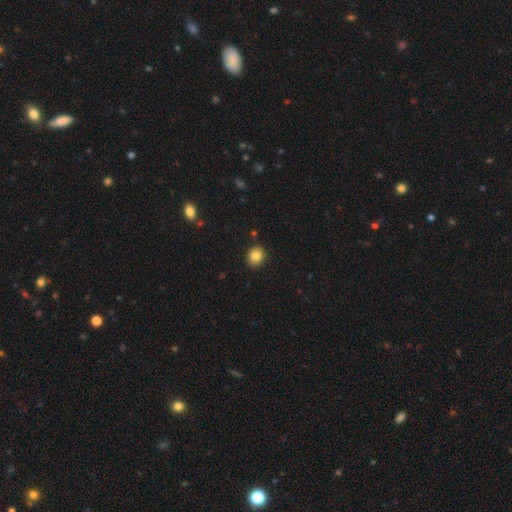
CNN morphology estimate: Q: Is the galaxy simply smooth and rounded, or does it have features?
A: smooth — 83%.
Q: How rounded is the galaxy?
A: round — 80%.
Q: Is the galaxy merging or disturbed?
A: none — 90%.